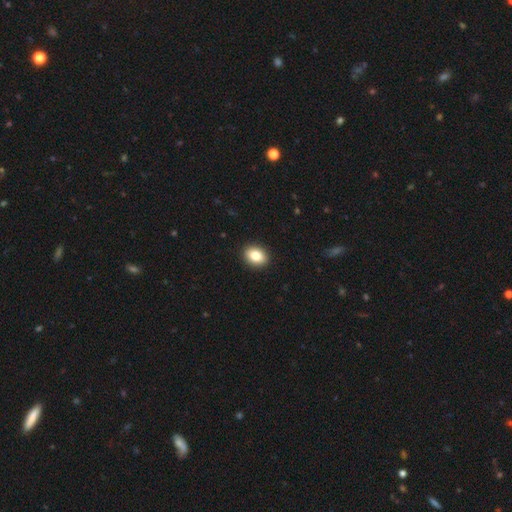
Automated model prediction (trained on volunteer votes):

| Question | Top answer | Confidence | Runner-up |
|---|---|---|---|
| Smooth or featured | smooth | 84% | star or artifact (8%) |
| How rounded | in between | 69% | round (30%) |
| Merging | none | 92% | minor disturbance (5%) |